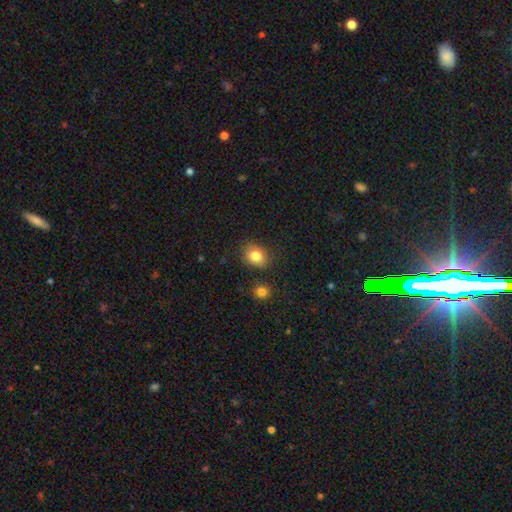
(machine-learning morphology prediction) Overall: smooth (83%). How rounded: in between (50%; round 49%). Merging: none (81%).